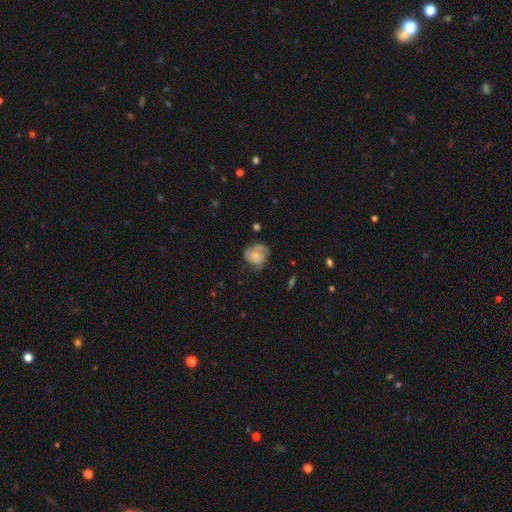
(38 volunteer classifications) Volunteers were most divided on "bulge size" (2-way tie): moderate: 32%, small: 32%, none: 26%, large: 11%, dominant: 0%. Remaining: edge-on disk — no (90%); bar — no (74%); spiral winding — tight (70%); smooth or featured — featured or disk (55%); spiral arms — yes (53%); merging — none (50%); spiral arm count — 3 (40%).